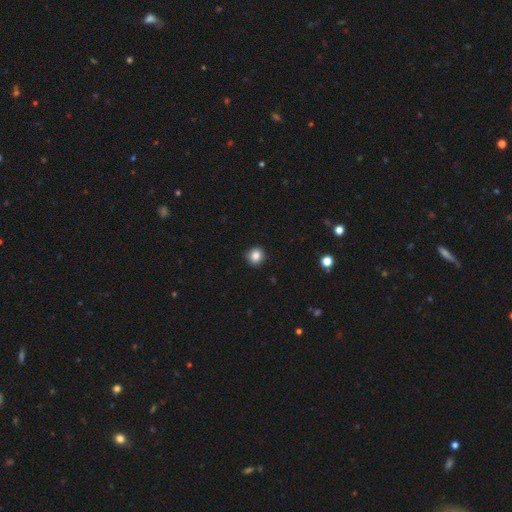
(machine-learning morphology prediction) Smooth or featured?
  - smooth: 85% *
  - star or artifact: 10%
  - featured or disk: 4%
How rounded?
  - round: 91% *
  - in between: 8%
  - cigar-shaped: 1%
Merging?
  - none: 92% *
  - minor disturbance: 5%
  - major disturbance: 2%
  - merger: 1%